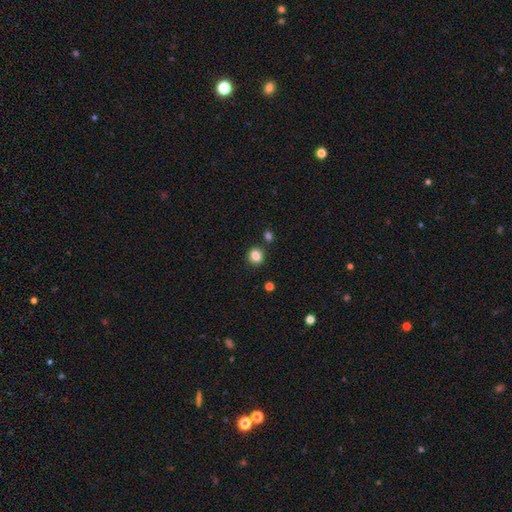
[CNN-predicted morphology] Q: Smooth or featured?
A: smooth (84%); runner-up: star or artifact (11%)
Q: How rounded?
A: round (71%); runner-up: in between (28%)
Q: Merging?
A: none (84%); runner-up: minor disturbance (8%)